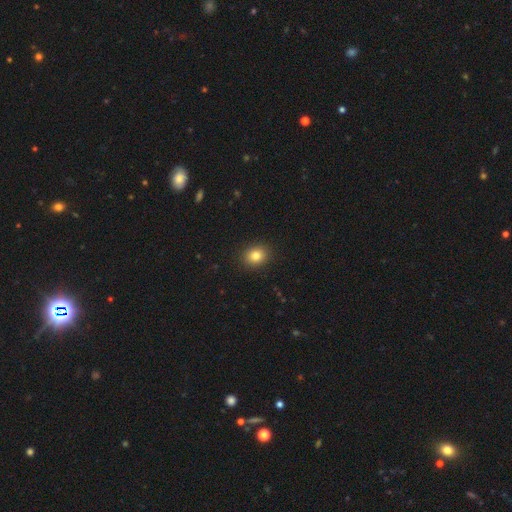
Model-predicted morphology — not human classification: smooth_or_featured: smooth (p=0.82) [alt: star or artifact p=0.11]
how_rounded: round (p=0.58) [alt: in between p=0.42]
merging: none (p=0.91) [alt: minor disturbance p=0.06]